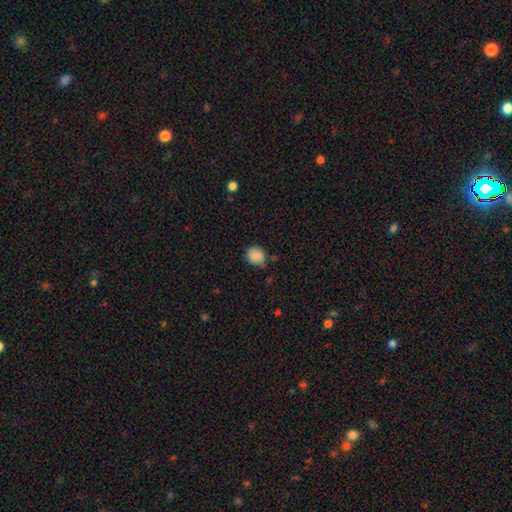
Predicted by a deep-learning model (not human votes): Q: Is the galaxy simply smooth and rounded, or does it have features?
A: smooth — 87%.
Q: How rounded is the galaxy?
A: round — 80%.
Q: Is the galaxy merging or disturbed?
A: none — 70%.